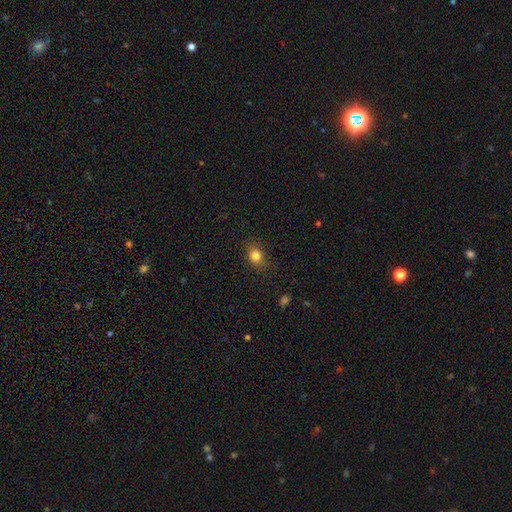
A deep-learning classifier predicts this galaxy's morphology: A smooth galaxy with no disk features (81%) that is round (50%). Merging: none (82%).